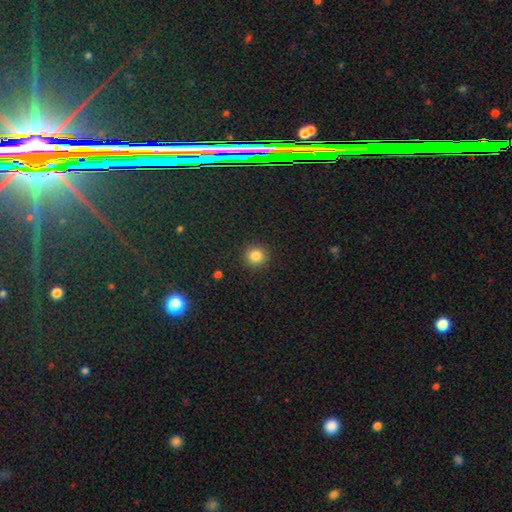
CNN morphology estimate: Q: Smooth or featured?
A: smooth (84%); runner-up: star or artifact (12%)
Q: How rounded?
A: round (92%); runner-up: in between (7%)
Q: Merging?
A: none (91%); runner-up: minor disturbance (6%)